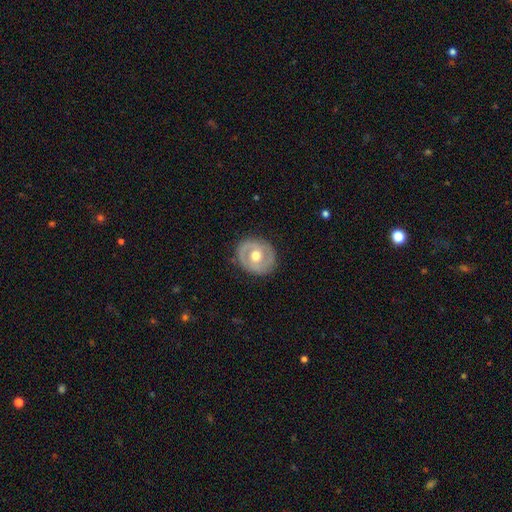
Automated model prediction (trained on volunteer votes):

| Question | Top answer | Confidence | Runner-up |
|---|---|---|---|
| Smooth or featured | featured or disk | 61% | smooth (33%) |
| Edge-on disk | no | 96% | yes (4%) |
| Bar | no | 64% | weak (27%) |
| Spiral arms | no | 51% | yes (49%) |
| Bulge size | moderate | 79% | large (10%) |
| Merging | none | 83% | minor disturbance (12%) |